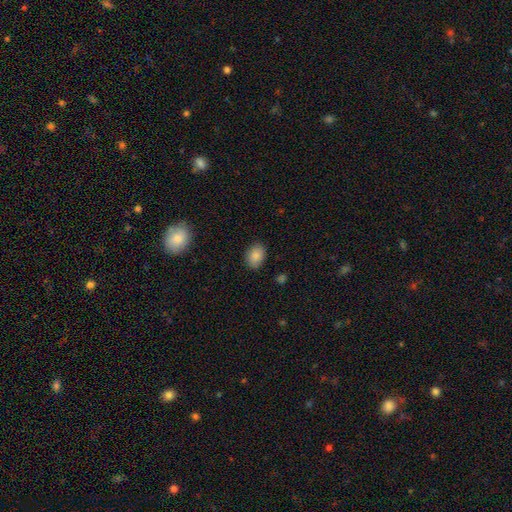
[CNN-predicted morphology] A smooth galaxy with no disk features (86%) that is in between round and cigar-shaped (71%).

Vote fractions:
- Smooth or featured? smooth: 86% / star or artifact: 9% / featured or disk: 5%
- How rounded? in between: 71% / round: 28% / cigar-shaped: 1%
- Merging? none: 83% / minor disturbance: 13% / major disturbance: 3% / merger: 1%